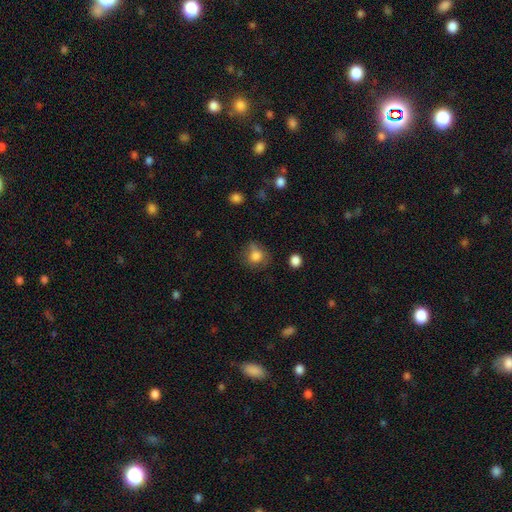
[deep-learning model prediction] Smooth or featured: smooth — 79% (featured or disk — 11%)
How rounded: round — 77% (in between — 22%)
Merging: none — 59% (minor disturbance — 26%)